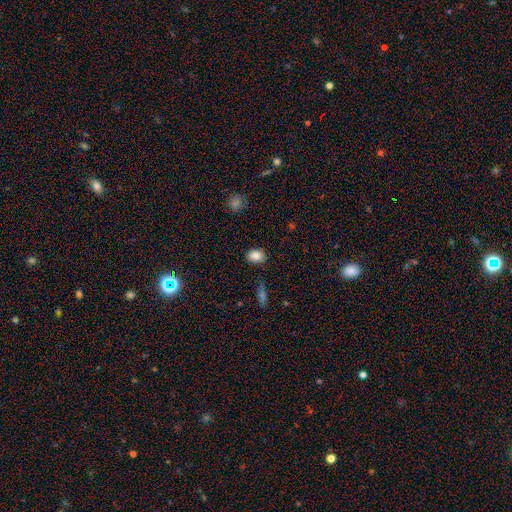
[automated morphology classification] Smooth or featured: smooth — 86% (star or artifact — 9%)
How rounded: in between — 71% (round — 27%)
Merging: none — 83% (minor disturbance — 12%)